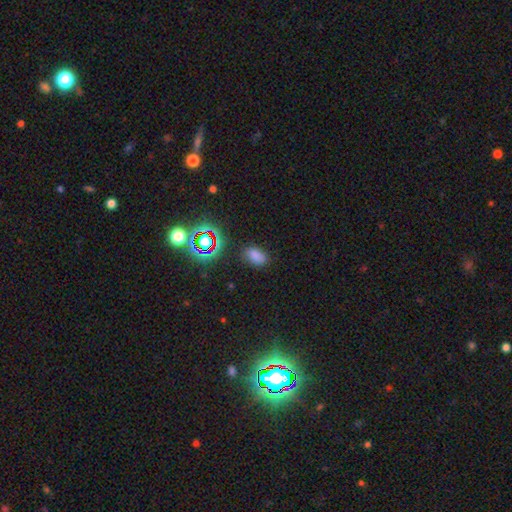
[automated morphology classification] Overall: smooth (71%). How rounded: in between (89%). Merging: none (80%).